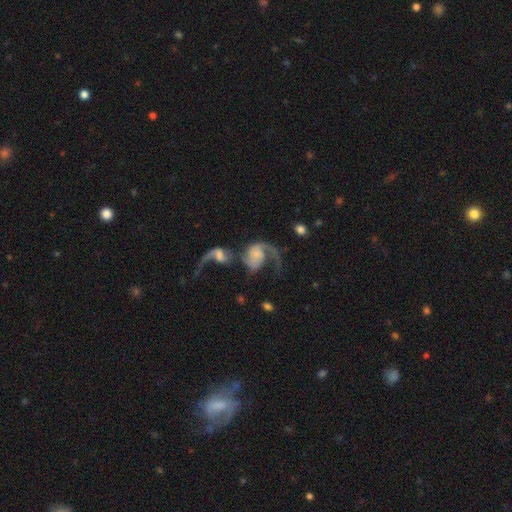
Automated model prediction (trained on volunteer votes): This appears to be a featured or disk galaxy (75%) with no bar (66%), 2 (47%) loose (72%) spiral arms (91%) and a small central bulge (33%). Merging: merger (57%).